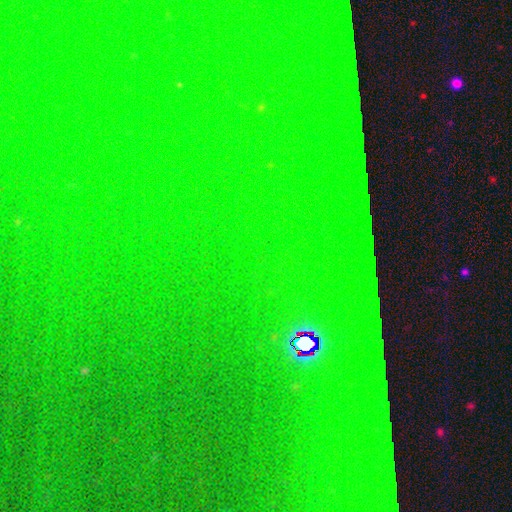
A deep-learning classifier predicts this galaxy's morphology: Smooth or featured?
  - star or artifact: 83% *
  - smooth: 10%
  - featured or disk: 7%